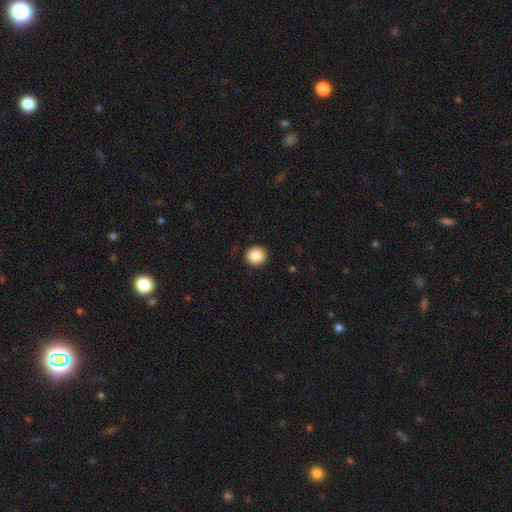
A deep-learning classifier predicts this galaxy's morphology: This appears to be a smooth galaxy with no disk features (88%) that is round (89%). Merging: none (91%).